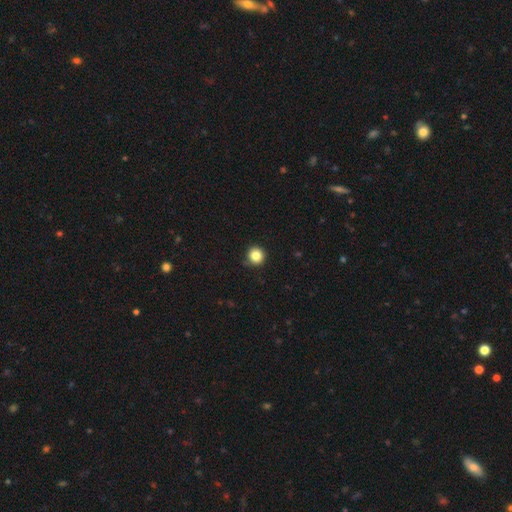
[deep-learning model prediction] A smooth galaxy with no disk features (85%) that is round (95%). Merging: none (89%).